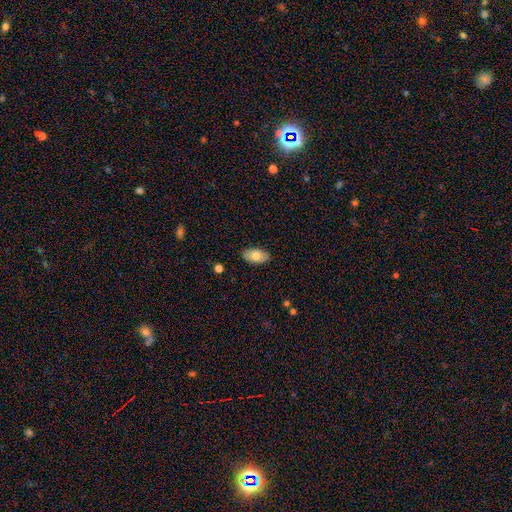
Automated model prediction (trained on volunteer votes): Morphology: type=smooth (75%); roundness=in between (94%); merging=none (87%).